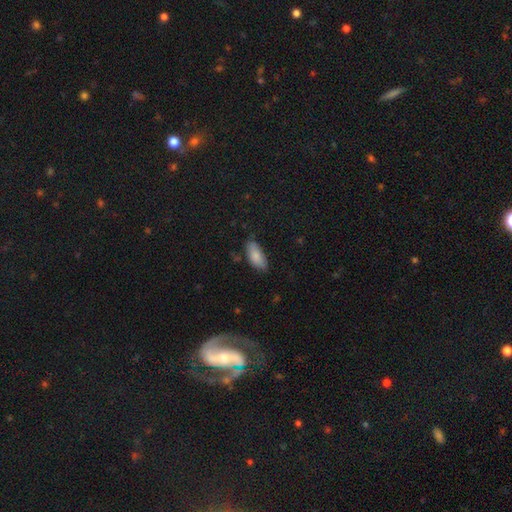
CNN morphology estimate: smooth 84%, featured or disk 9%, star or artifact 6%. Down the decision tree: how rounded — in between (88%); merging — none (75%).